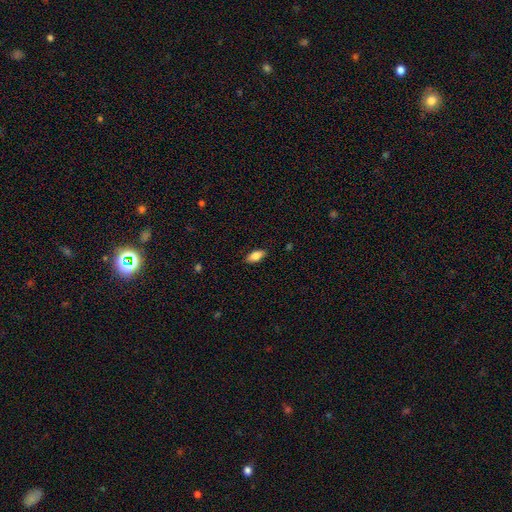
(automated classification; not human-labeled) smooth-or-featured: smooth: 82% | featured or disk: 12% | star or artifact: 7%
  how-rounded: in between: 87% | cigar-shaped: 10% | round: 3%
  merging: none: 86% | minor disturbance: 11% | major disturbance: 2% | merger: 1%